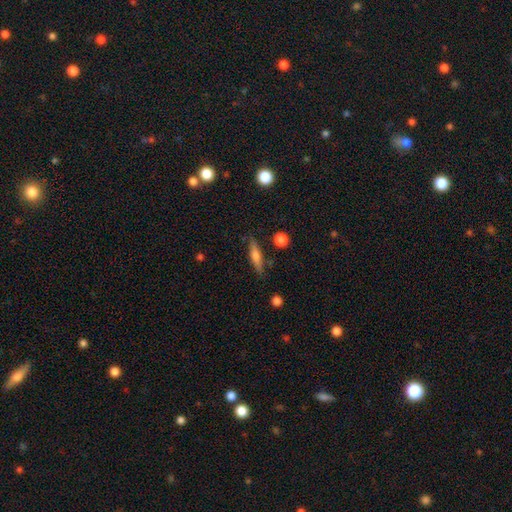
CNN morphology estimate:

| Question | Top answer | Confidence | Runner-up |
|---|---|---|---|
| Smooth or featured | smooth | 57% | featured or disk (35%) |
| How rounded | cigar-shaped | 78% | in between (19%) |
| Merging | none | 82% | minor disturbance (12%) |